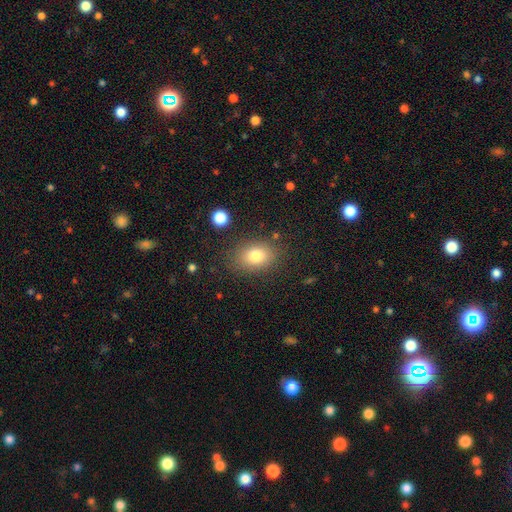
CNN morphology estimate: A smooth galaxy with no disk features (79%) that is in between round and cigar-shaped (74%).

Vote fractions:
- Smooth or featured? smooth: 79% / featured or disk: 11% / star or artifact: 10%
- How rounded? in between: 74% / round: 25% / cigar-shaped: 1%
- Merging? none: 81% / minor disturbance: 12% / major disturbance: 4% / merger: 2%